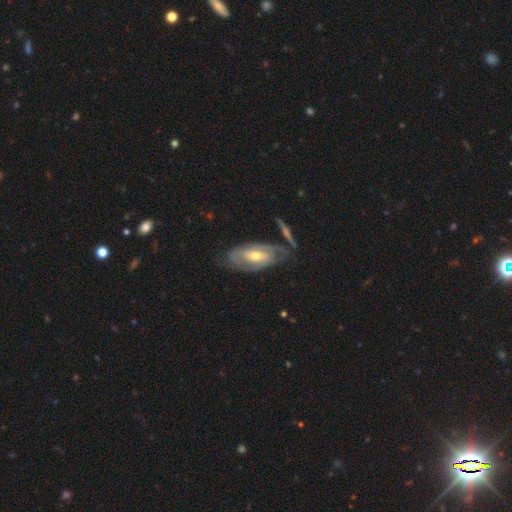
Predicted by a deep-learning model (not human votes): A featured or disk galaxy (75%) with a weak bar (41%), 2 (59%) tight (54%) spiral arms (81%) and a moderate central bulge (65%).

Vote fractions:
- Smooth or featured? featured or disk: 75% / smooth: 19% / star or artifact: 5%
- Edge-on disk? no: 90% / yes: 10%
- Bar? weak: 41% / no: 36% / strong: 23%
- Spiral arms? yes: 81% / no: 19%
- Spiral winding? tight: 54% / medium: 33% / loose: 12%
- Spiral arm count? 2: 59% / can't tell: 28% / 3: 5% / 1: 5% / 4: 2% / more than 4: 2%
- Bulge size? moderate: 65% / small: 29% / large: 4% / none: 1% / dominant: 1%
- Merging? none: 62% / minor disturbance: 20% / major disturbance: 10% / merger: 8%